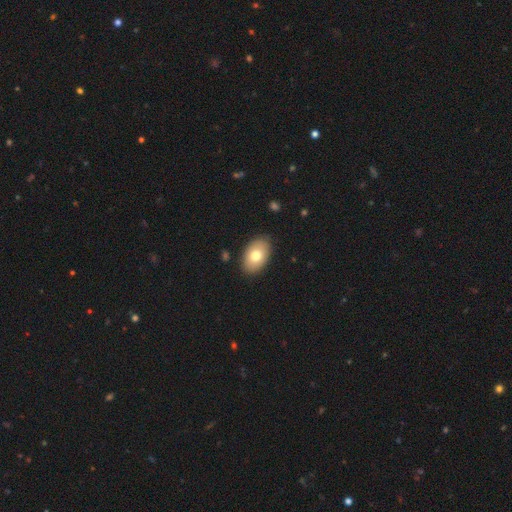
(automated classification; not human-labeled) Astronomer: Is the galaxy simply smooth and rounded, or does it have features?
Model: smooth — 74%.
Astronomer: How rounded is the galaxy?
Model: in between — 89%.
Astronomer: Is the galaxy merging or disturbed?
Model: none — 87%.